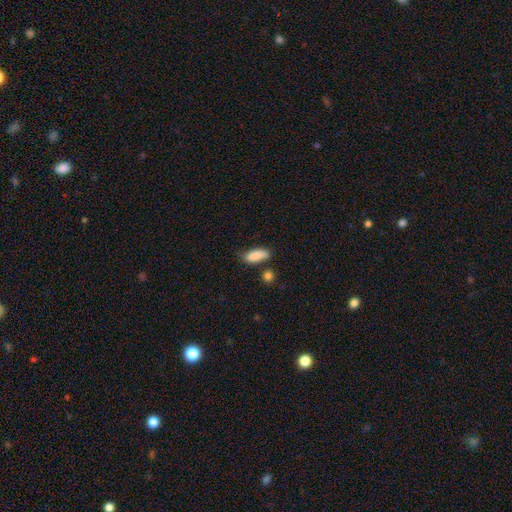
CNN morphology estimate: smooth-or-featured: smooth: 83% | featured or disk: 9% | star or artifact: 7%
  how-rounded: in between: 78% | cigar-shaped: 19% | round: 3%
  merging: none: 51% | minor disturbance: 29% | merger: 12% | major disturbance: 8%